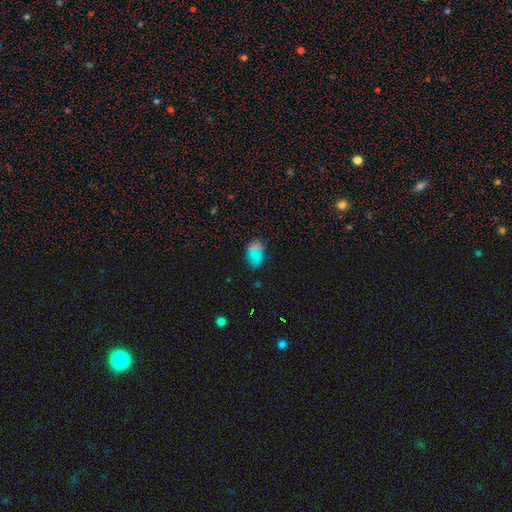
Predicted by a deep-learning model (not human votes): smooth 59%, star or artifact 33%, featured or disk 8%. Down the decision tree: how rounded — in between (81%); merging — none (73%).